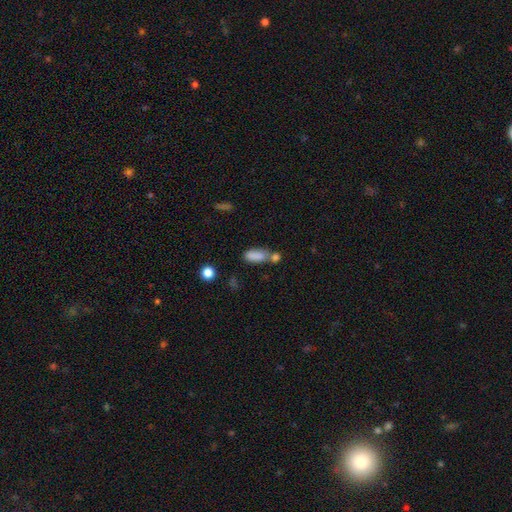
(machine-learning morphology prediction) type=smooth (82%); roundness=in between (79%); merging=merger (42%).